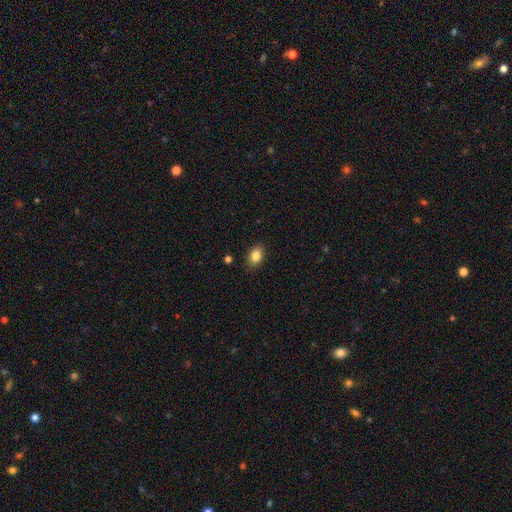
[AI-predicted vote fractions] smooth_or_featured: smooth (p=0.84) [alt: star or artifact p=0.09]
how_rounded: in between (p=0.78) [alt: round p=0.21]
merging: none (p=0.86) [alt: minor disturbance p=0.10]